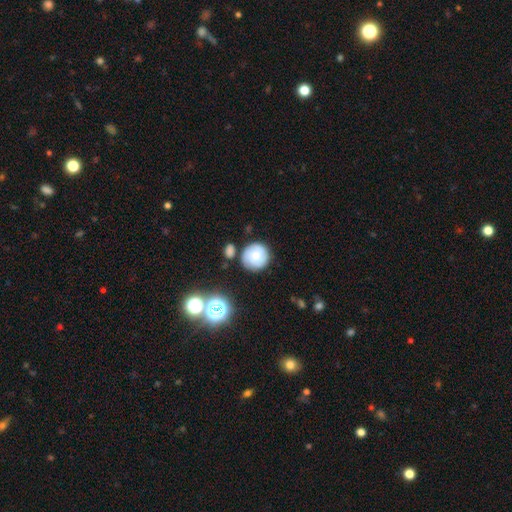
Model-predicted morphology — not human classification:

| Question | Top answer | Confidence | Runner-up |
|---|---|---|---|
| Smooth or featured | smooth | 63% | featured or disk (28%) |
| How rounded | round | 93% | in between (6%) |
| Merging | none | 75% | minor disturbance (14%) |